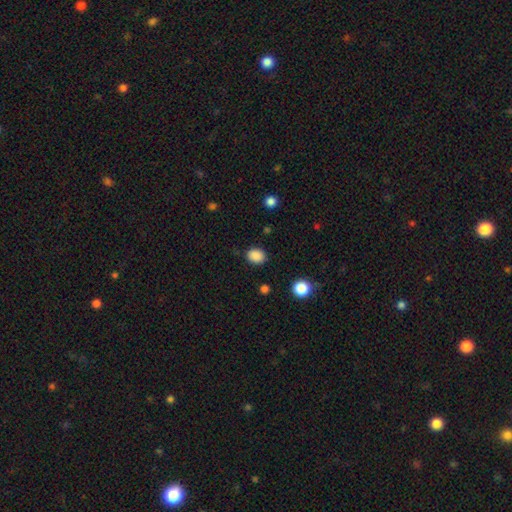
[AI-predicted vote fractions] Overall: smooth (87%). How rounded: round (54%; in between 45%). Merging: none (85%).